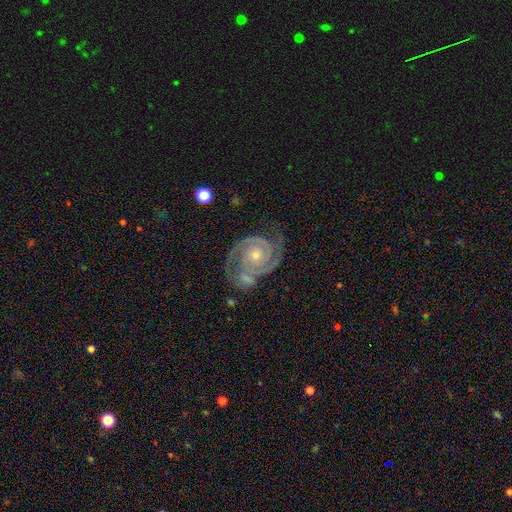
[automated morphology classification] smooth-or-featured: featured or disk: 92% | star or artifact: 5% | smooth: 4%
  disk-edge-on: no: 98% | yes: 2%
    bar: no: 78% | weak: 16% | strong: 5%
    has-spiral-arms: yes: 98% | no: 2%
      spiral-winding: tight: 68% | medium: 28% | loose: 4%
      spiral-arm-count: 2: 82% | 3: 8% | can't tell: 4% | 4: 2% | 1: 2% | more than 4: 2%
    bulge-size: small: 60% | moderate: 36% | none: 2% | large: 1% | dominant: 1%
  merging: none: 64% | minor disturbance: 17% | merger: 11% | major disturbance: 7%